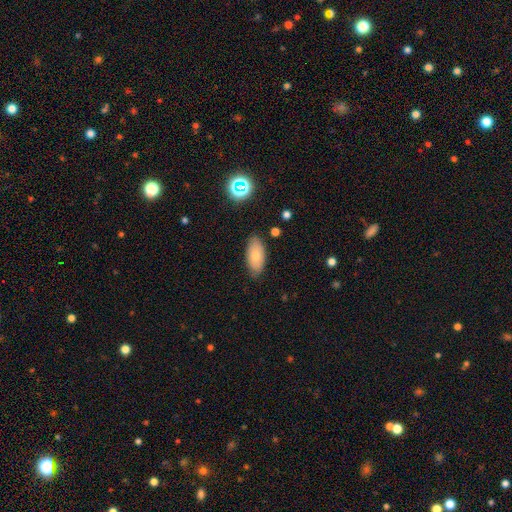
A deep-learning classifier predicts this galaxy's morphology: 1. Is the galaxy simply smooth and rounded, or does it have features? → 70% smooth, 21% featured or disk, 9% star or artifact.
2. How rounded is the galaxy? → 91% in between, 5% cigar-shaped, 4% round.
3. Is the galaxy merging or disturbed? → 81% none, 15% minor disturbance, 3% major disturbance, 1% merger.